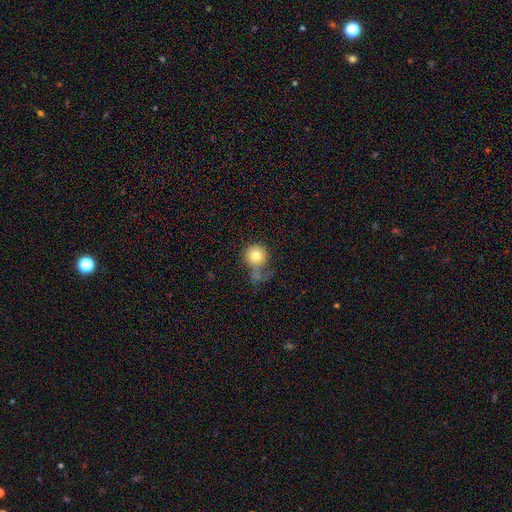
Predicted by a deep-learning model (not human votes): Smooth or featured: smooth — 78% (featured or disk — 13%)
How rounded: round — 87% (in between — 12%)
Merging: major disturbance — 36% (none — 32%)